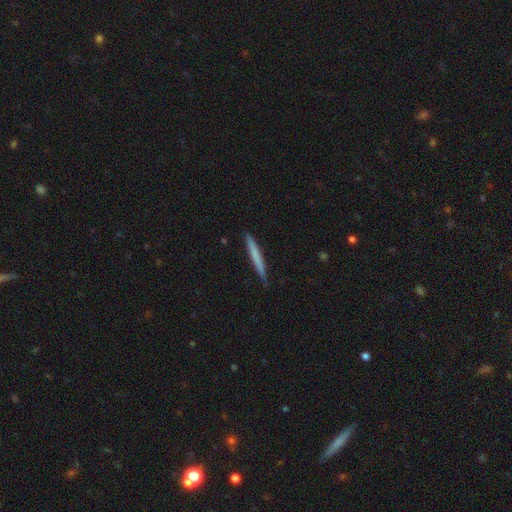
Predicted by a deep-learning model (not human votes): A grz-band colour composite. It shows a smooth galaxy with no disk features (63%) that is cigar-shaped (97%). Merging: none (88%).